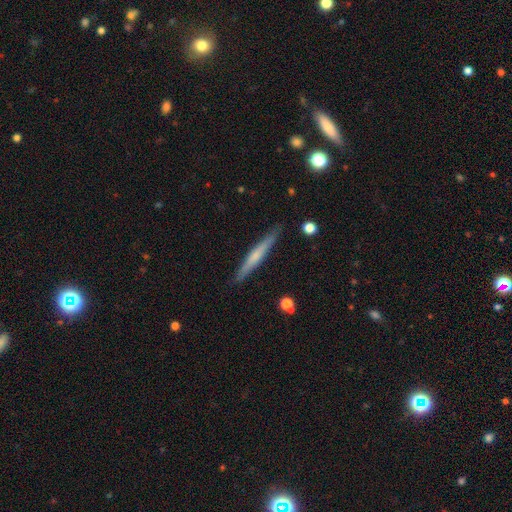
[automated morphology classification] The model was most divided on "smooth or featured": featured or disk: 48%, smooth: 46%, star or artifact: 6%. More confident: merging — none (89%).